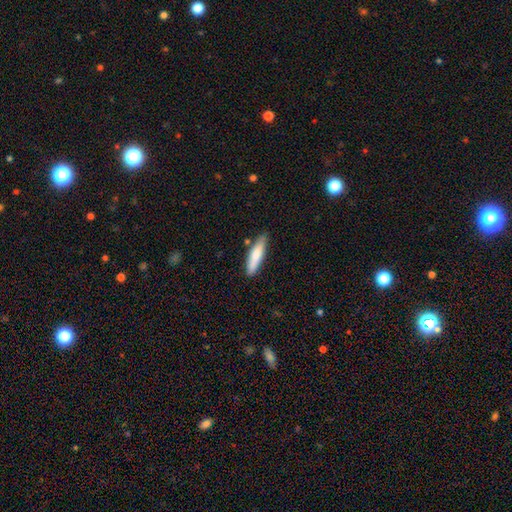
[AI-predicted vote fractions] Smooth or featured: smooth — 76% (featured or disk — 18%)
How rounded: cigar-shaped — 73% (in between — 25%)
Merging: none — 81% (minor disturbance — 13%)